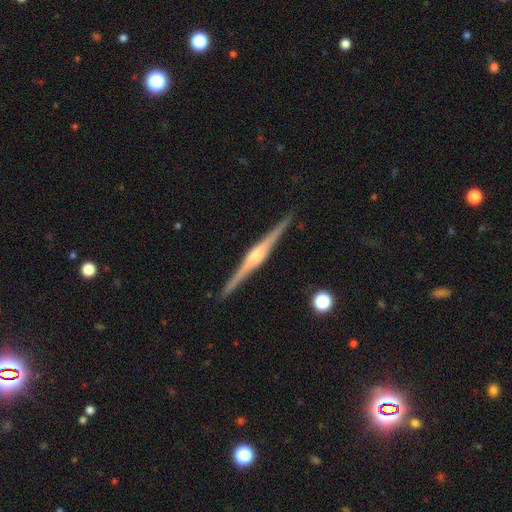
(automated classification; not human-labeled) Smooth or featured? featured or disk (87%)
Edge-on disk? yes (99%)
Edge-on bulge? rounded (78%)
Merging? none (92%)